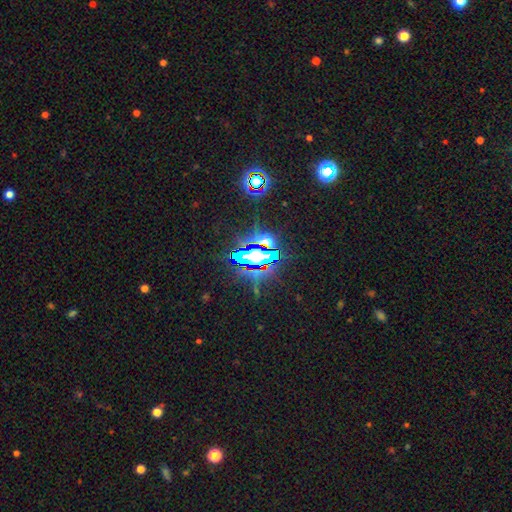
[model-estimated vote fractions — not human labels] smooth-or-featured: star or artifact: 72% | smooth: 16% | featured or disk: 12%